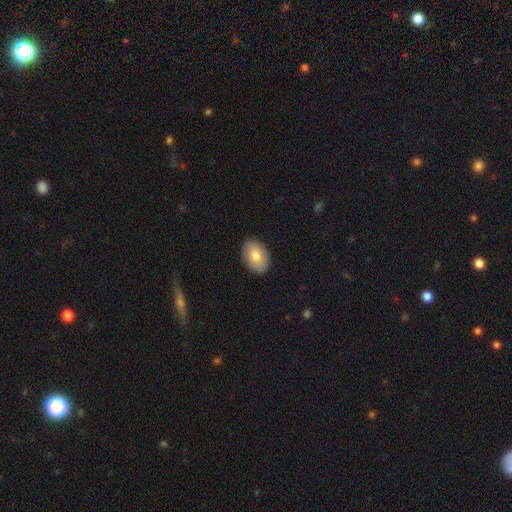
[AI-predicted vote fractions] smooth 79%, featured or disk 15%, star or artifact 6%. Down the decision tree: how rounded — in between (89%); merging — none (89%).